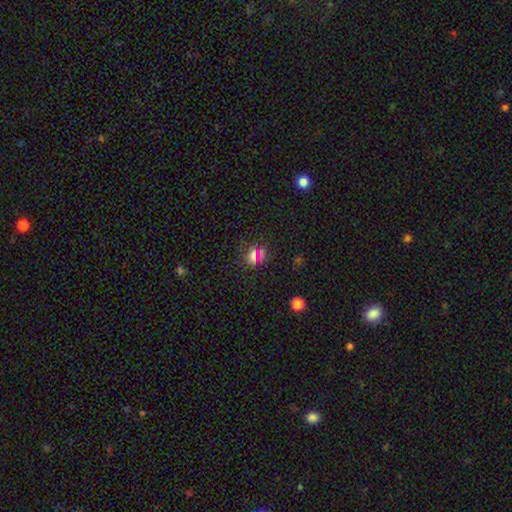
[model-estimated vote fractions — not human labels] smooth 55%, star or artifact 36%, featured or disk 9%. Down the decision tree: how rounded — round (74%); merging — none (82%).